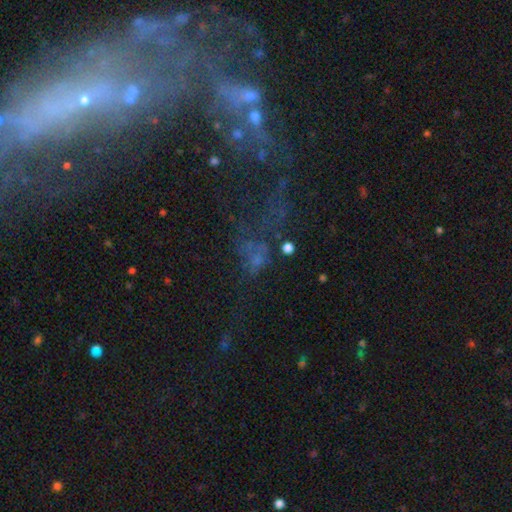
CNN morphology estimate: This is marginally a star or artifact rather than a galaxy (38%).